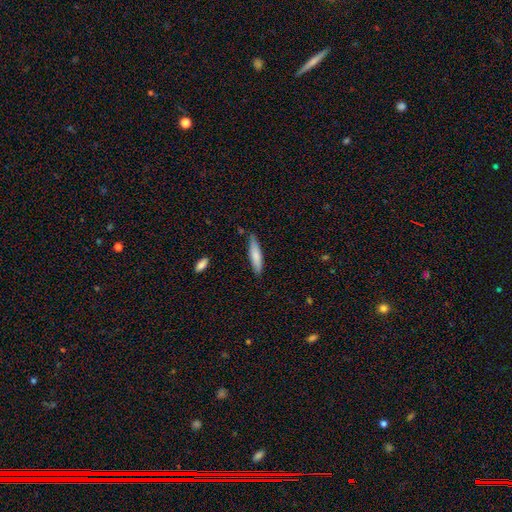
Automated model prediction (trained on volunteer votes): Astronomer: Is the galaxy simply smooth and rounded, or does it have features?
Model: smooth — 78%.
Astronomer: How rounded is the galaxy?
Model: cigar-shaped — 78%.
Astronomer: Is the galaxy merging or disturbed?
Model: none — 79%.